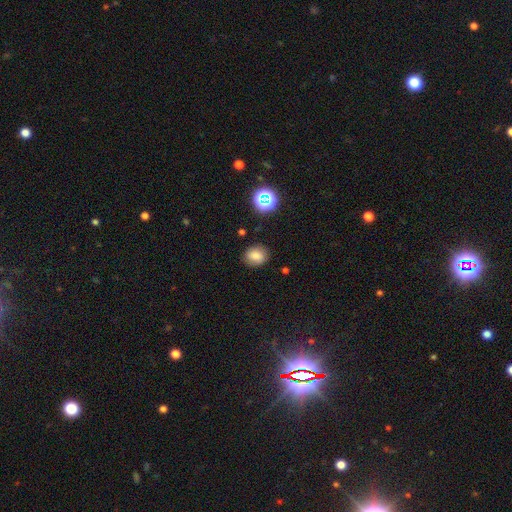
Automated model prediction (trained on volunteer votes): smooth_or_featured: smooth (p=0.76) [alt: star or artifact p=0.14]
how_rounded: round (p=0.61) [alt: in between p=0.38]
merging: none (p=0.84) [alt: minor disturbance p=0.11]